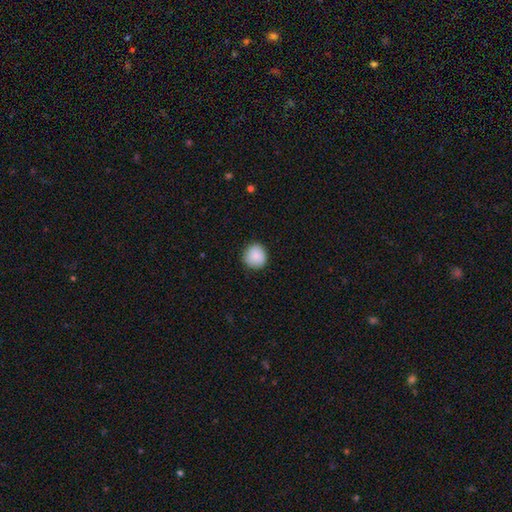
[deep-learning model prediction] smooth_or_featured: smooth (p=0.88) [alt: star or artifact p=0.08]
how_rounded: round (p=0.93) [alt: in between p=0.06]
merging: none (p=0.88) [alt: minor disturbance p=0.09]